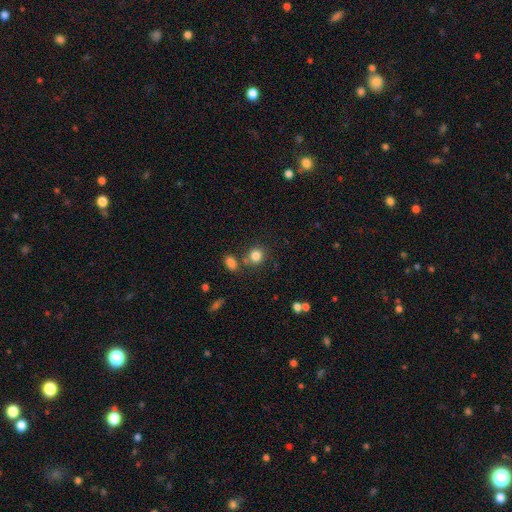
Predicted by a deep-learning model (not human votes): This is clearly a smooth galaxy (83%). How rounded: likely round (77%). Merging: likely none (69%).